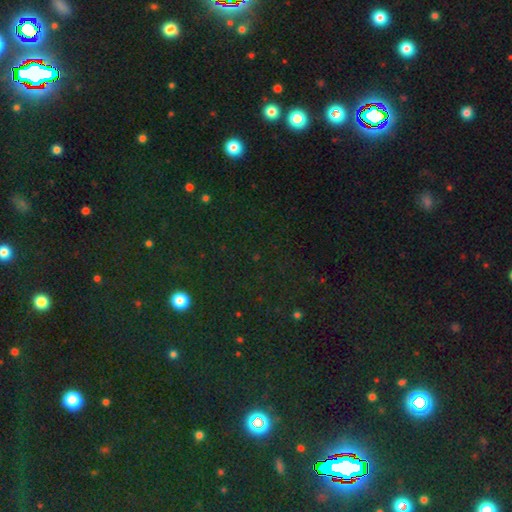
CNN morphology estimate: The model was most divided on "smooth or featured": star or artifact: 75%, smooth: 18%, featured or disk: 8%.